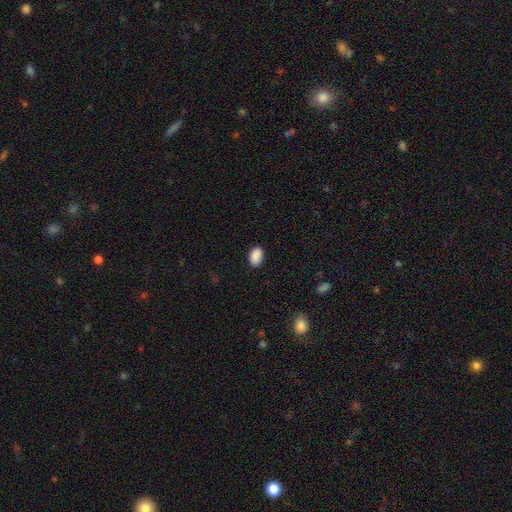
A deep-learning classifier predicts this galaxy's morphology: This is clearly a smooth galaxy (90%). How rounded: clearly in between (91%). Merging: clearly none (89%).